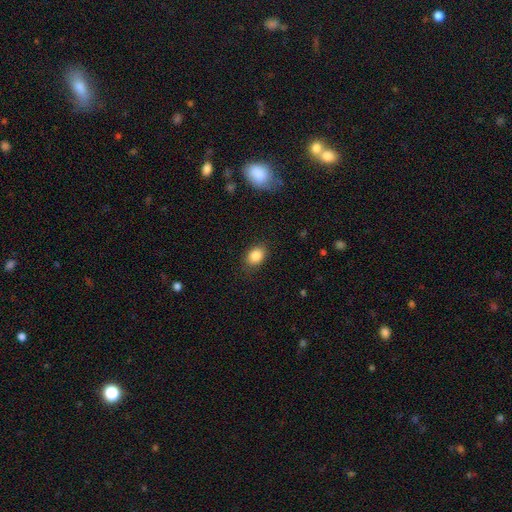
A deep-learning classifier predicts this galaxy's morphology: smooth-or-featured: smooth: 85% | star or artifact: 9% | featured or disk: 6%
  how-rounded: in between: 69% | round: 30% | cigar-shaped: 1%
  merging: none: 83% | minor disturbance: 12% | major disturbance: 3% | merger: 1%